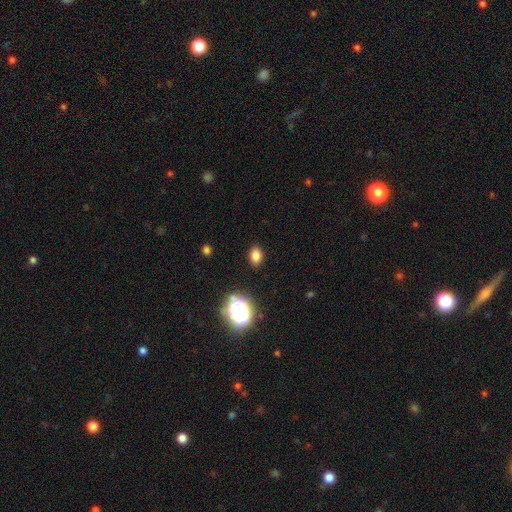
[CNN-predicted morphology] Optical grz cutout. It shows a smooth galaxy with no disk features (78%) that is in between round and cigar-shaped (73%). Merging: none (87%).